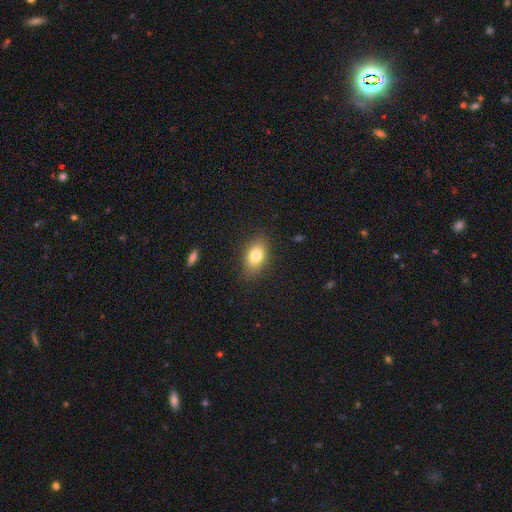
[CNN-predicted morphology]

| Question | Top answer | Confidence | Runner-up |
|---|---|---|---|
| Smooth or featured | smooth | 80% | featured or disk (11%) |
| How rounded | in between | 85% | round (12%) |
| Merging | none | 83% | minor disturbance (13%) |